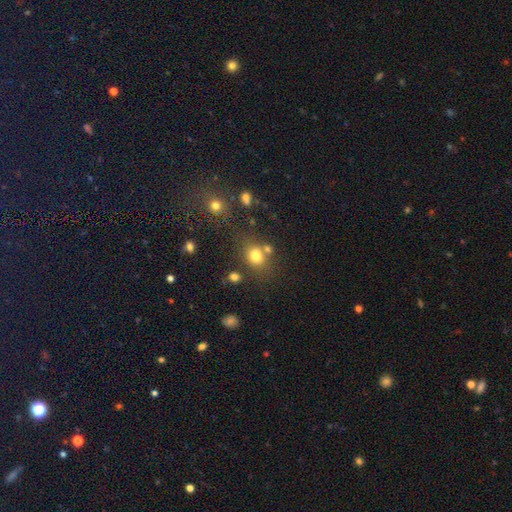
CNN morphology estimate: Overall: smooth (77%). How rounded: round (56%; in between 43%). Merging: none (61%).